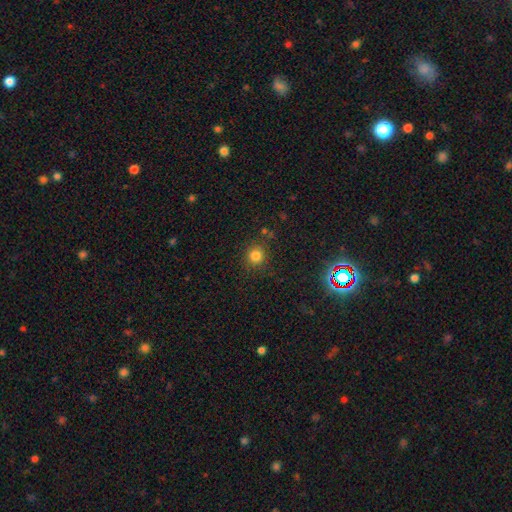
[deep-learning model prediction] A smooth galaxy with no disk features (80%) that is round (91%). Merging: none (84%).